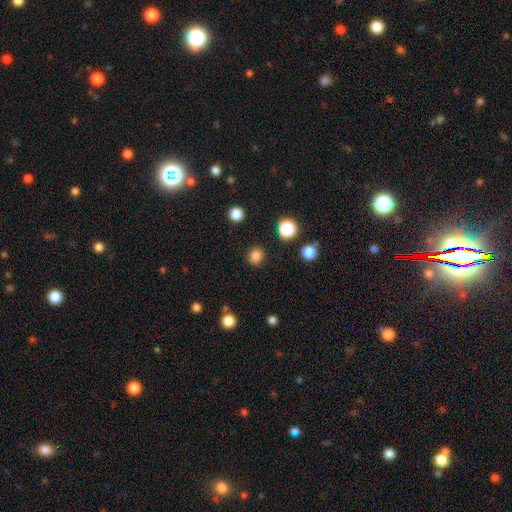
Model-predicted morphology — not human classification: The model was most divided on "smooth or featured": smooth: 83%, star or artifact: 13%, featured or disk: 3%. More confident: merging — none (89%); how rounded — round (85%).